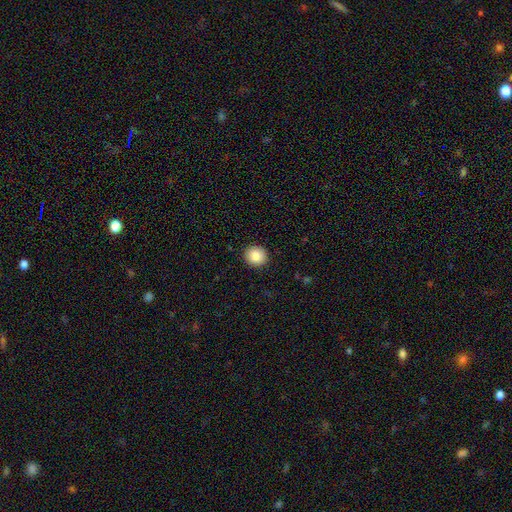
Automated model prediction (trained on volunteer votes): Smooth or featured? Predicted: smooth (p=0.86). How rounded? Predicted: round (p=0.86). Merging? Predicted: none (p=0.92).